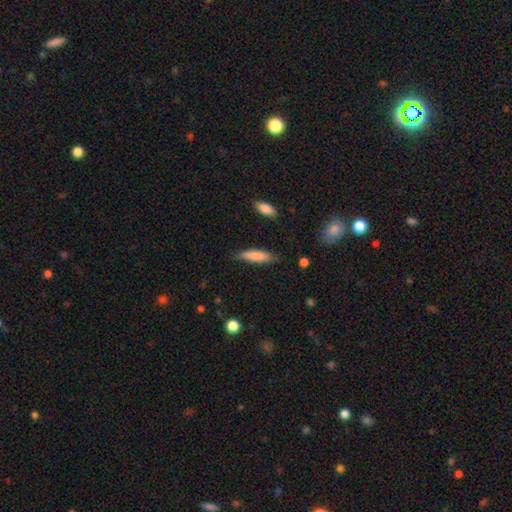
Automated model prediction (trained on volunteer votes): This is clearly a smooth galaxy (82%). How rounded: likely cigar-shaped (72%). Merging: likely none (78%).